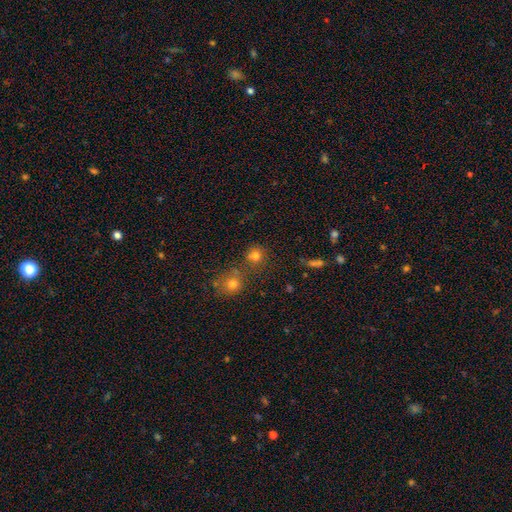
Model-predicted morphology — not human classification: This appears to be a smooth galaxy with no disk features (77%) that is round (86%). Merging: none (64%).